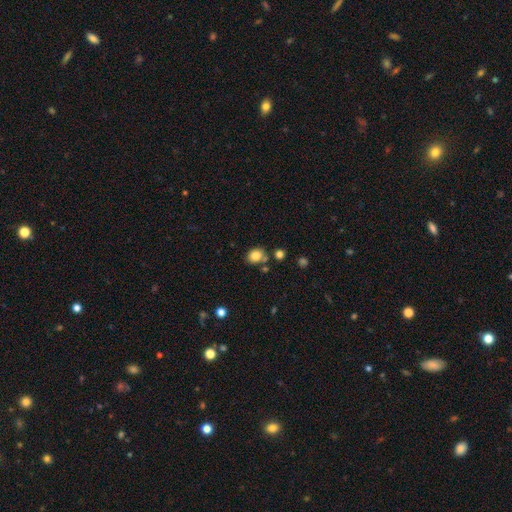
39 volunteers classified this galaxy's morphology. Smooth or featured? 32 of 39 (82%) said smooth. How rounded? 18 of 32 (56%) said in between. Merging? 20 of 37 (54%) said none.